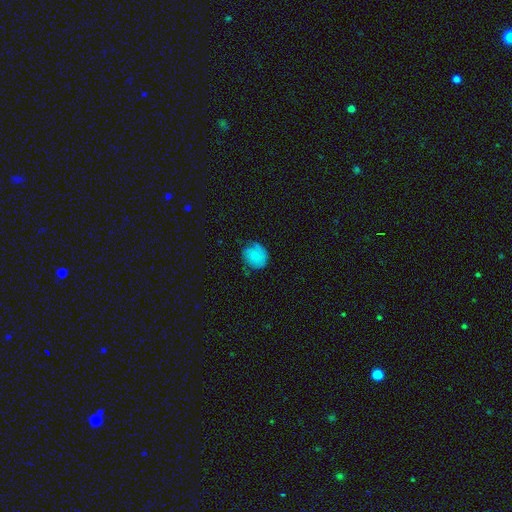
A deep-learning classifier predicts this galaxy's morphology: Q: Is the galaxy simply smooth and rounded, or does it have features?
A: smooth — 74%.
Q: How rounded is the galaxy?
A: round — 74%.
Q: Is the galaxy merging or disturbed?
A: none — 63%.